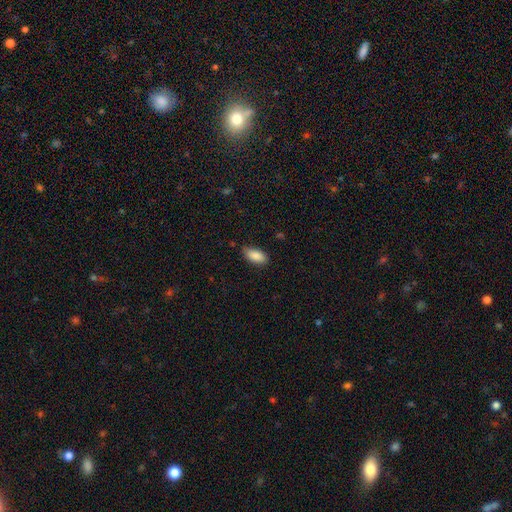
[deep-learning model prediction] Smooth or featured?
  - smooth: 87% *
  - star or artifact: 7%
  - featured or disk: 6%
How rounded?
  - in between: 89% *
  - cigar-shaped: 8%
  - round: 2%
Merging?
  - none: 77% *
  - minor disturbance: 18%
  - major disturbance: 3%
  - merger: 1%